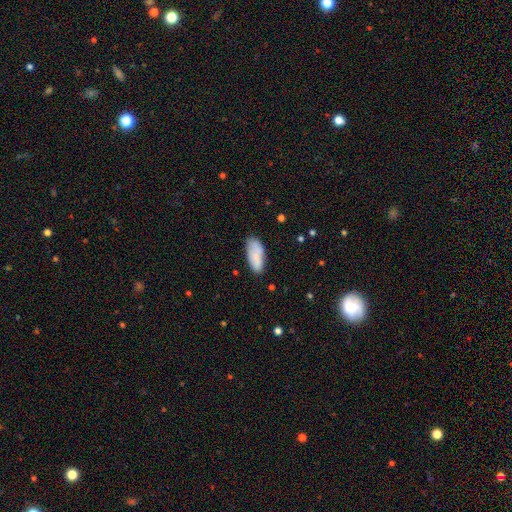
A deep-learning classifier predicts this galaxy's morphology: Smooth or featured: smooth — 78% (featured or disk — 15%)
How rounded: in between — 84% (cigar-shaped — 14%)
Merging: none — 67% (minor disturbance — 22%)